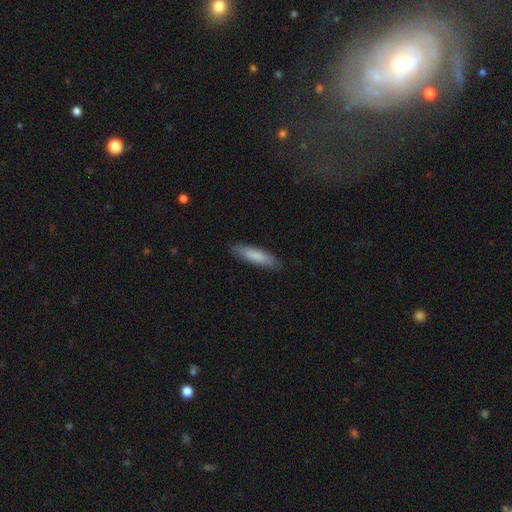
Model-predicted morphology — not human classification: A smooth galaxy with no disk features (83%) that is cigar-shaped (74%).

Vote fractions:
- Smooth or featured? smooth: 83% / featured or disk: 12% / star or artifact: 5%
- How rounded? cigar-shaped: 74% / in between: 24% / round: 1%
- Merging? none: 87% / minor disturbance: 10% / major disturbance: 2% / merger: 1%